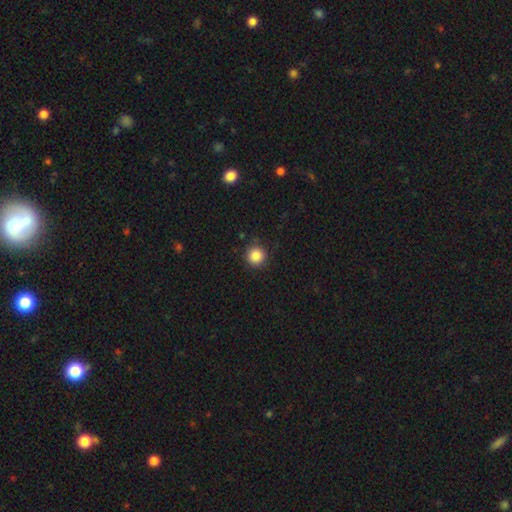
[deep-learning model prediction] Smooth or featured? Predicted: smooth (p=0.86). How rounded? Predicted: round (p=0.95). Merging? Predicted: none (p=0.89).